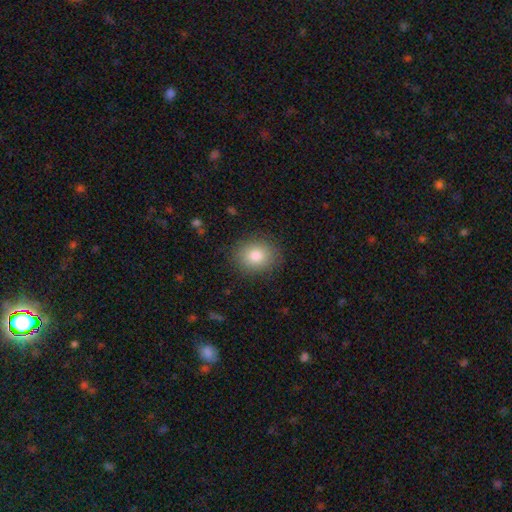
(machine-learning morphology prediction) Overall: smooth (83%). How rounded: round (59%; in between 40%). Merging: none (87%).